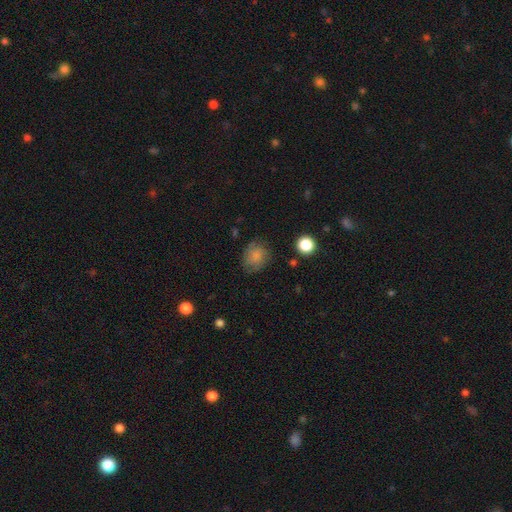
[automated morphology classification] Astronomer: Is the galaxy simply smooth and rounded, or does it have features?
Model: smooth — 77%.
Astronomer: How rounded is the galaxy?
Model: round — 66%.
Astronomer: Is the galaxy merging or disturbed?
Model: none — 71%.